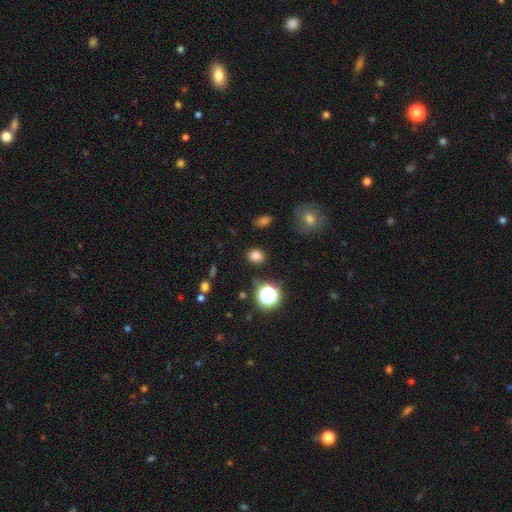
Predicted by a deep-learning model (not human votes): Smooth or featured? smooth (79%)
How rounded? round (66%)
Merging? none (86%)